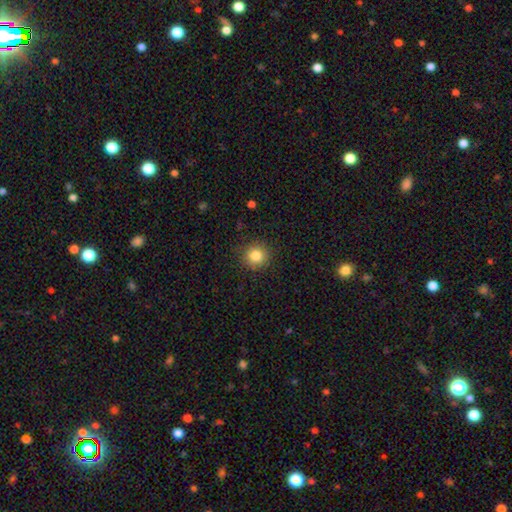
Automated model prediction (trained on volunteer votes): Smooth or featured? Predicted: smooth (p=0.83). How rounded? Predicted: round (p=0.93). Merging? Predicted: none (p=0.90).